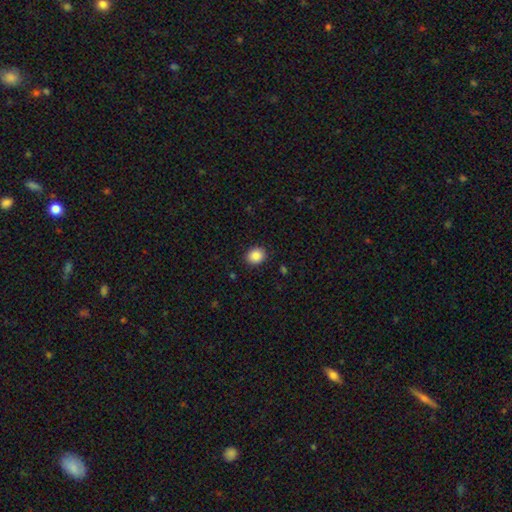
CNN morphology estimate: The model was most divided on "how rounded": round: 65%, in between: 34%, cigar-shaped: 1%. More confident: merging — none (90%); smooth or featured — smooth (87%).